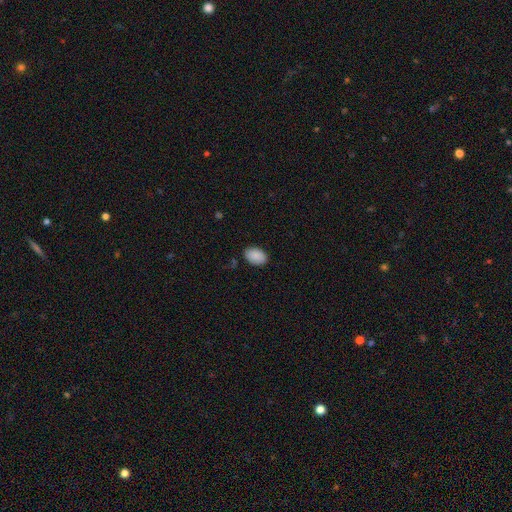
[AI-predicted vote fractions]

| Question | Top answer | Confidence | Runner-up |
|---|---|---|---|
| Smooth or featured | smooth | 90% | star or artifact (7%) |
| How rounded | in between | 88% | round (11%) |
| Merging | none | 86% | minor disturbance (10%) |